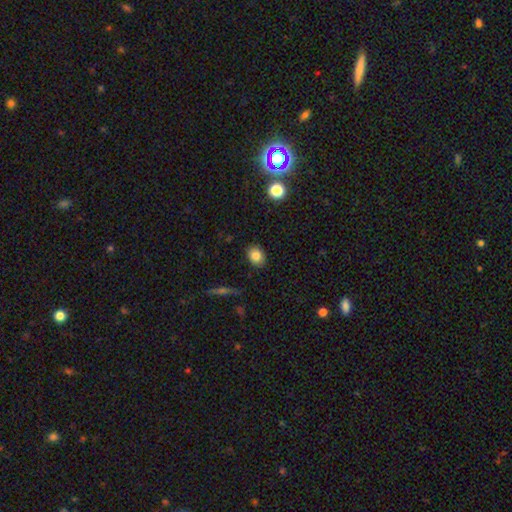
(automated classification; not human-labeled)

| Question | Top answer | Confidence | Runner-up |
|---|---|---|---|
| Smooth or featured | smooth | 83% | star or artifact (9%) |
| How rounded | in between | 63% | round (36%) |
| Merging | none | 88% | minor disturbance (9%) |